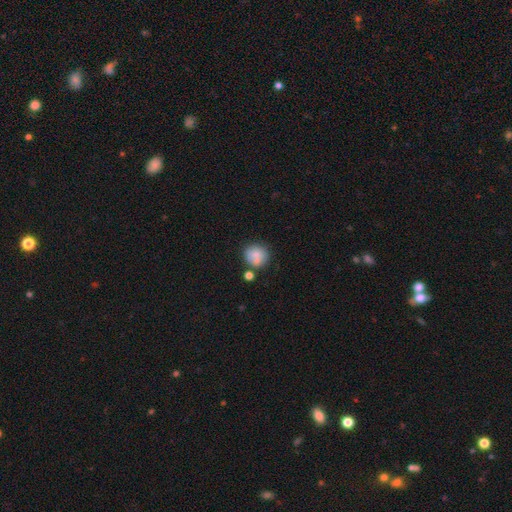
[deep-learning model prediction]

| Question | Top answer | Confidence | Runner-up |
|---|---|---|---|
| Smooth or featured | smooth | 79% | featured or disk (12%) |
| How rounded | round | 87% | in between (12%) |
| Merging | none | 62% | merger (17%) |